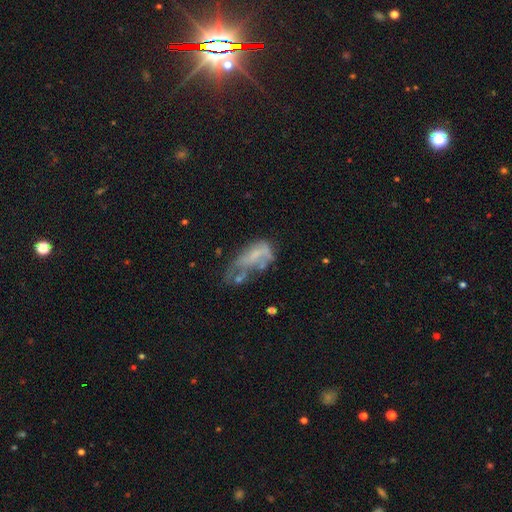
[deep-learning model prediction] Morphology: type=featured or disk (48%); merging=major disturbance (38%).